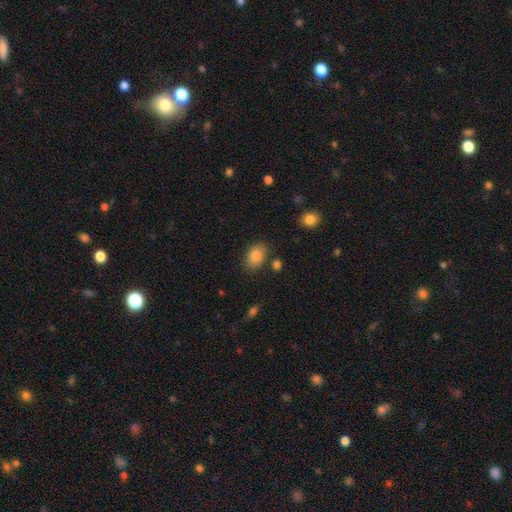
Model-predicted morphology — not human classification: Smooth or featured? Predicted: smooth (p=0.85). How rounded? Predicted: in between (p=0.83). Merging? Predicted: none (p=0.79).